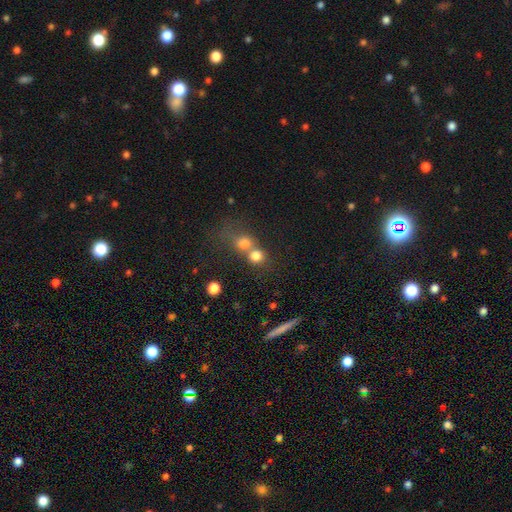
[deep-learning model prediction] smooth-or-featured: smooth: 76% | star or artifact: 13% | featured or disk: 11%
  how-rounded: round: 82% | in between: 17% | cigar-shaped: 1%
  merging: merger: 57% | none: 33% | minor disturbance: 6% | major disturbance: 4%